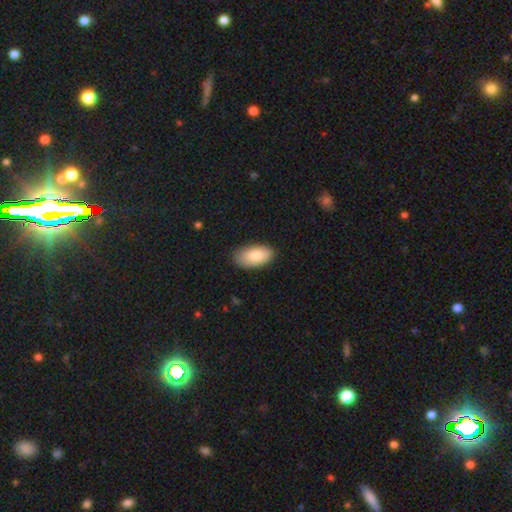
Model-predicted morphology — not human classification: A smooth galaxy with no disk features (83%) that is in between round and cigar-shaped (95%).

Vote fractions:
- Smooth or featured? smooth: 83% / featured or disk: 11% / star or artifact: 6%
- How rounded? in between: 95% / round: 3% / cigar-shaped: 2%
- Merging? none: 84% / minor disturbance: 13% / major disturbance: 2% / merger: 1%